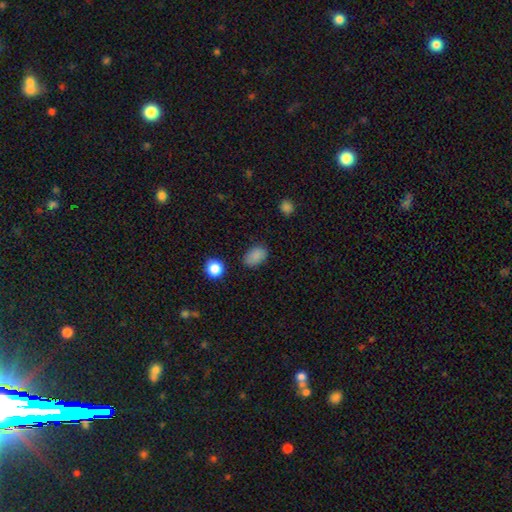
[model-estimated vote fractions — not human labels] A smooth galaxy with no disk features (86%) that is in between round and cigar-shaped (85%).

Vote fractions:
- Smooth or featured? smooth: 86% / star or artifact: 10% / featured or disk: 4%
- How rounded? in between: 85% / round: 14% / cigar-shaped: 1%
- Merging? none: 82% / minor disturbance: 13% / major disturbance: 3% / merger: 2%